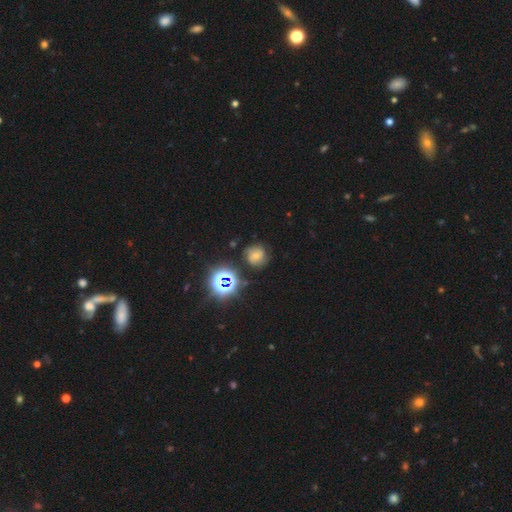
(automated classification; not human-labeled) Smooth or featured? featured or disk (39%, tied with smooth)
Merging? none (71%)